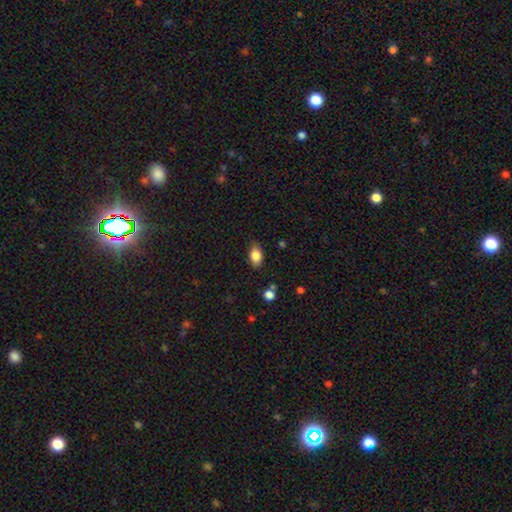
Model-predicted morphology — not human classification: smooth_or_featured: smooth (p=0.85) [alt: star or artifact p=0.08]
how_rounded: in between (p=0.88) [alt: round p=0.10]
merging: none (p=0.80) [alt: minor disturbance p=0.15]